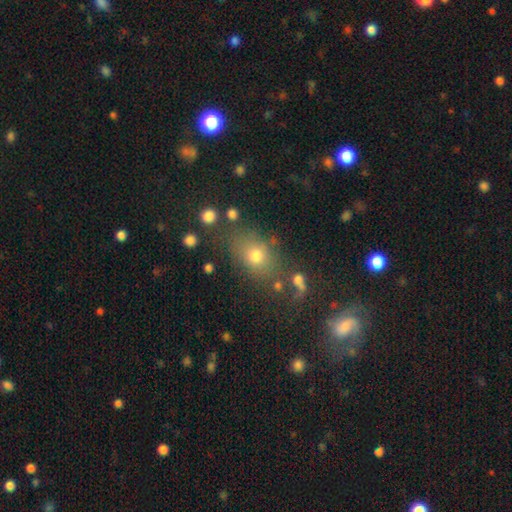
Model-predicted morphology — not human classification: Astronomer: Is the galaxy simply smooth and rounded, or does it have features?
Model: smooth — 67%.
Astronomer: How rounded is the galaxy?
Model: in between — 59% (runner-up: round, 39%).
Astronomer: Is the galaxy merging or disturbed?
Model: none — 72%.